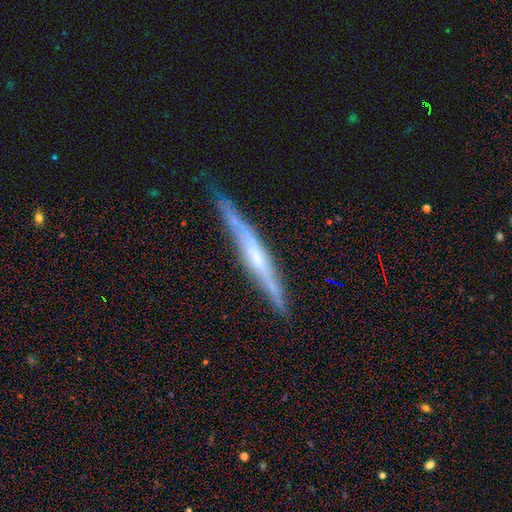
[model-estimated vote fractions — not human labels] Smooth or featured? featured or disk (72%)
Edge-on disk? yes (94%)
Edge-on bulge? none (47%)
Merging? none (79%)